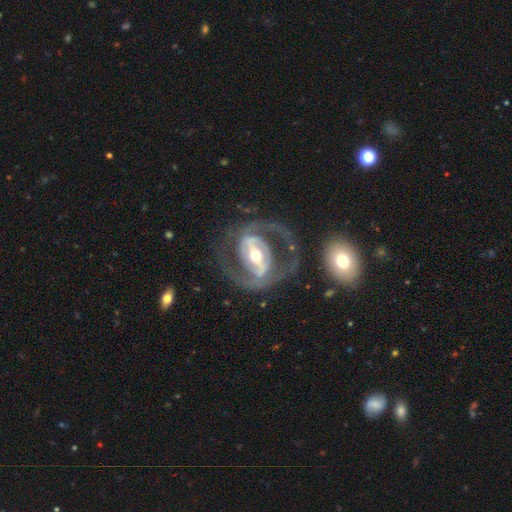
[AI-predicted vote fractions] Overall: featured or disk (88%). Edge-on disk: no (96%). Bar: strong (63%; weak 24%). Spiral arms: yes (87%). Spiral arm count: 2 (88%). Spiral winding: medium (53%; tight 28%). Bulge size: moderate (61%; small 30%). Merging: none (69%).